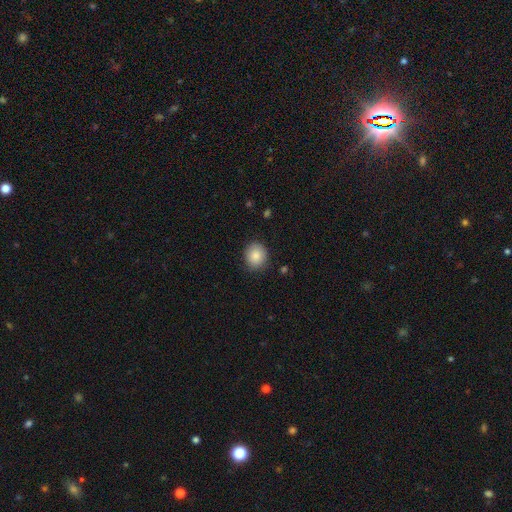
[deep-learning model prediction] Smooth or featured: smooth — 86% (star or artifact — 8%)
How rounded: round — 74% (in between — 25%)
Merging: none — 84% (minor disturbance — 12%)